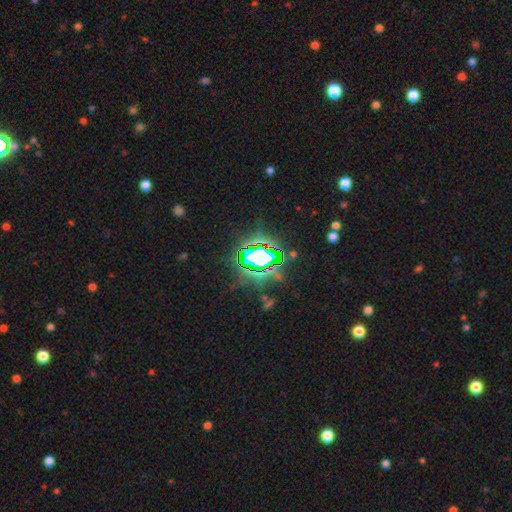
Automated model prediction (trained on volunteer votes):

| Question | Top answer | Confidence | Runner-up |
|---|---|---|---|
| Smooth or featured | star or artifact | 76% | smooth (12%) |